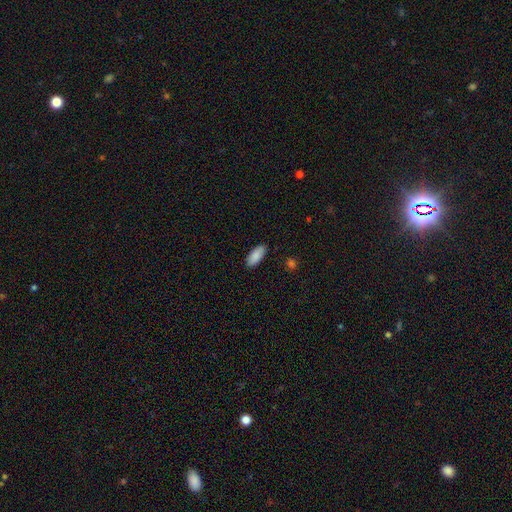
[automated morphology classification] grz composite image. It shows a smooth galaxy with no disk features (88%) that is in between round and cigar-shaped (86%). Merging: none (88%).